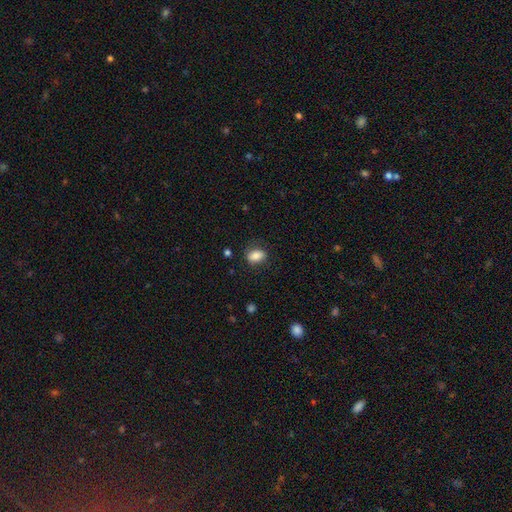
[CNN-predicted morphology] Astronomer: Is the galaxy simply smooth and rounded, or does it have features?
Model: smooth — 83%.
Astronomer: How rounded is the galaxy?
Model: in between — 79%.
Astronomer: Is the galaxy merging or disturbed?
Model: none — 77%.